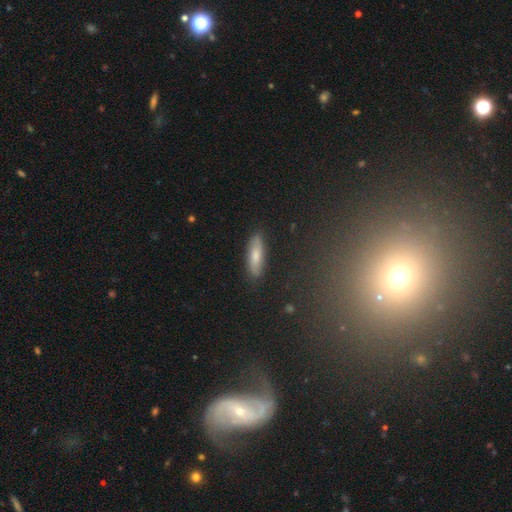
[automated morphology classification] smooth_or_featured: smooth (p=0.72) [alt: featured or disk p=0.21]
how_rounded: cigar-shaped (p=0.52) [alt: in between p=0.45]
merging: none (p=0.85) [alt: minor disturbance p=0.11]